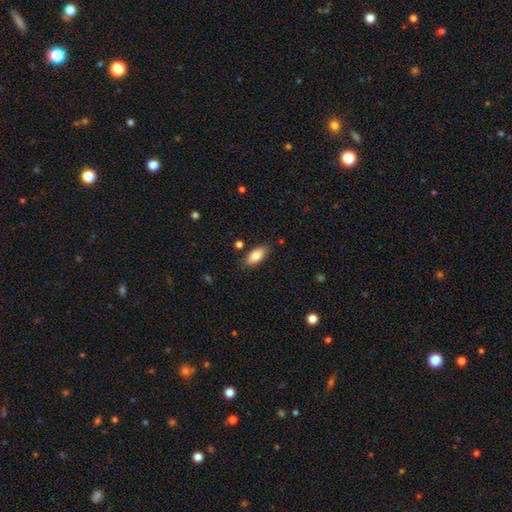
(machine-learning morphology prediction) Smooth or featured? Predicted: smooth (p=0.81). How rounded? Predicted: in between (p=0.90). Merging? Predicted: none (p=0.82).